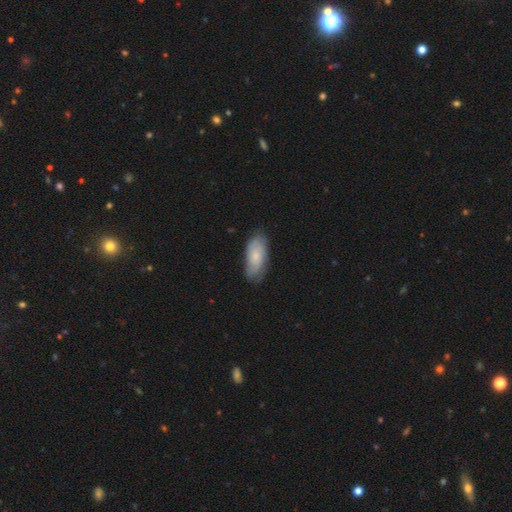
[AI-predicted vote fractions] Smooth or featured?
  - smooth: 59% *
  - featured or disk: 35%
  - star or artifact: 6%
How rounded?
  - in between: 89% *
  - cigar-shaped: 9%
  - round: 3%
Merging?
  - none: 74% *
  - minor disturbance: 21%
  - major disturbance: 4%
  - merger: 1%